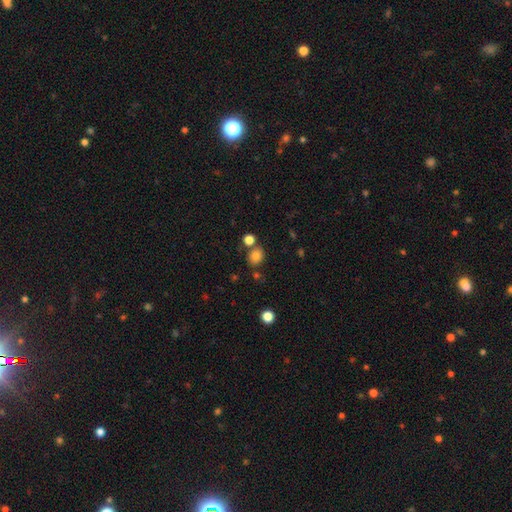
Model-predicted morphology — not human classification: A smooth galaxy with no disk features (81%) that is round (55%).

Vote fractions:
- Smooth or featured? smooth: 81% / star or artifact: 12% / featured or disk: 6%
- How rounded? round: 55% / in between: 44% / cigar-shaped: 1%
- Merging? none: 71% / merger: 14% / minor disturbance: 11% / major disturbance: 4%